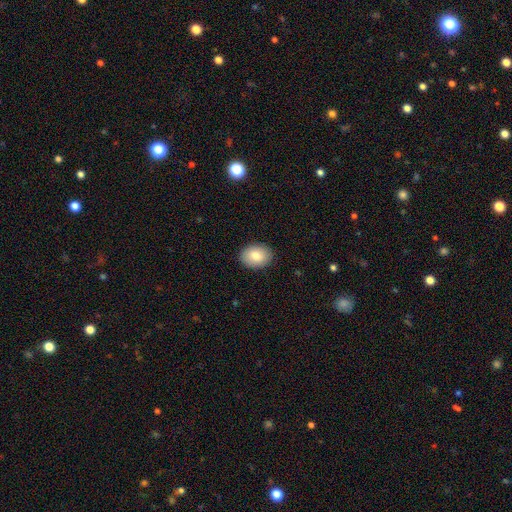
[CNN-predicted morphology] Smooth or featured? smooth (83%)
How rounded? in between (66%)
Merging? none (90%)